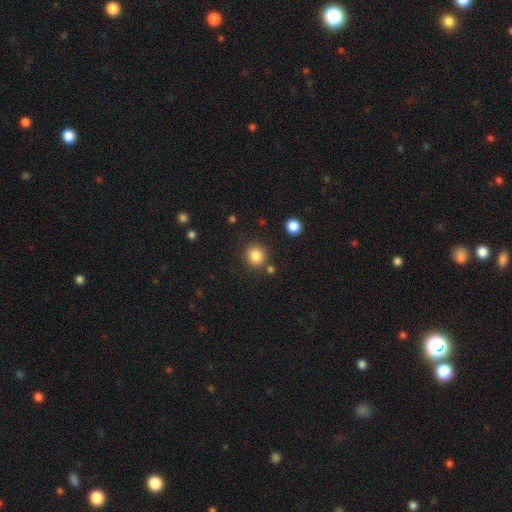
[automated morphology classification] Smooth or featured?
  - smooth: 85% *
  - star or artifact: 11%
  - featured or disk: 5%
How rounded?
  - round: 89% *
  - in between: 10%
  - cigar-shaped: 1%
Merging?
  - none: 84% *
  - minor disturbance: 8%
  - merger: 6%
  - major disturbance: 3%